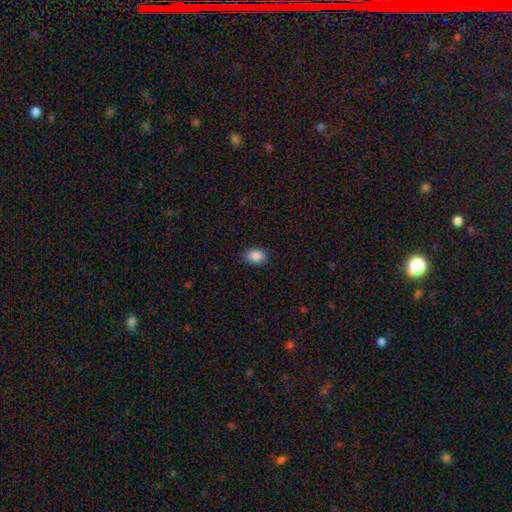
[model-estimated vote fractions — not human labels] A smooth galaxy with no disk features (88%) that is in between round and cigar-shaped (75%). Merging: none (81%).